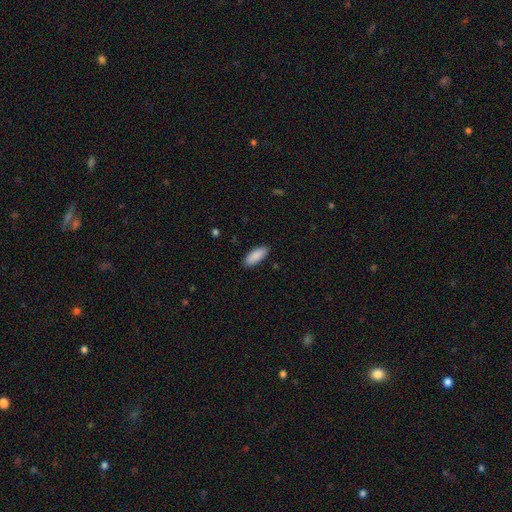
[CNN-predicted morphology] This appears to be a smooth galaxy with no disk features (90%) that is in between round and cigar-shaped (83%). Merging: none (89%).